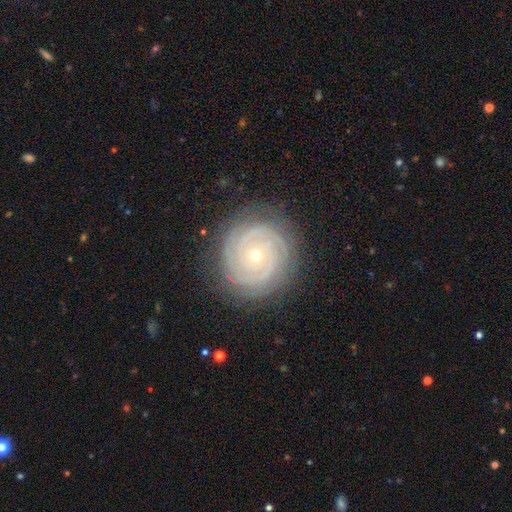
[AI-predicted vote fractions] Smooth or featured?
  - featured or disk: 87% *
  - smooth: 6%
  - star or artifact: 6%
Edge-on disk?
  - no: 98% *
  - yes: 2%
Bar?
  - no: 80% *
  - weak: 14%
  - strong: 6%
Spiral arms?
  - yes: 98% *
  - no: 2%
Spiral winding?
  - tight: 87% *
  - medium: 11%
  - loose: 2%
Spiral arm count?
  - 3: 27% *
  - 2: 21%
  - can't tell: 19%
  - 4: 18%
  - more than 4: 8%
  - 1: 7%
Bulge size?
  - small: 74% *
  - moderate: 23%
  - large: 1%
  - dominant: 1%
  - none: 1%
Merging?
  - none: 85% *
  - minor disturbance: 11%
  - major disturbance: 3%
  - merger: 1%